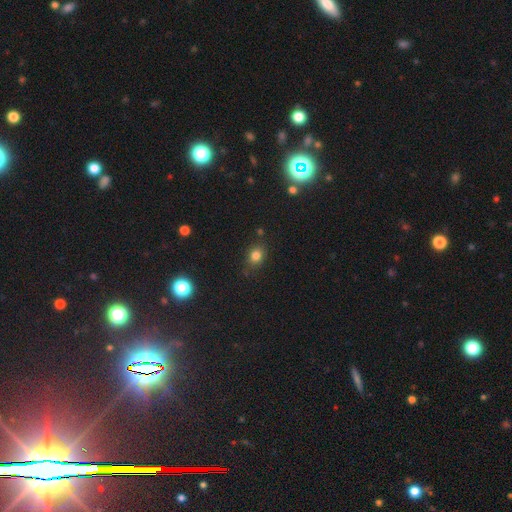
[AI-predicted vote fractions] Q: Smooth or featured?
A: smooth (79%); runner-up: star or artifact (15%)
Q: How rounded?
A: round (56%); runner-up: in between (43%)
Q: Merging?
A: none (81%); runner-up: minor disturbance (13%)